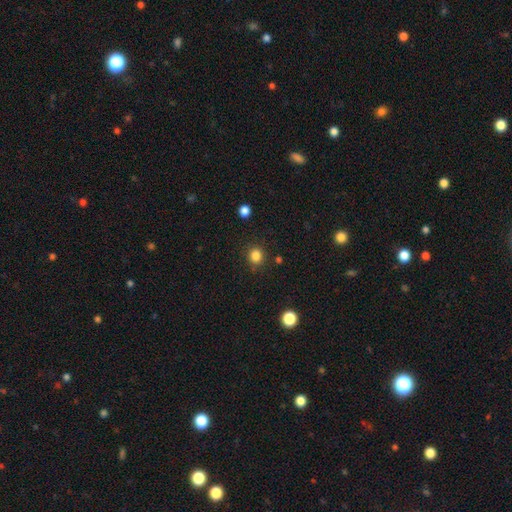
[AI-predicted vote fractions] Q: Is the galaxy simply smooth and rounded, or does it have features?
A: smooth — 84%.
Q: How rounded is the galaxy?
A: round — 79%.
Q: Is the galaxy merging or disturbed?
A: none — 86%.